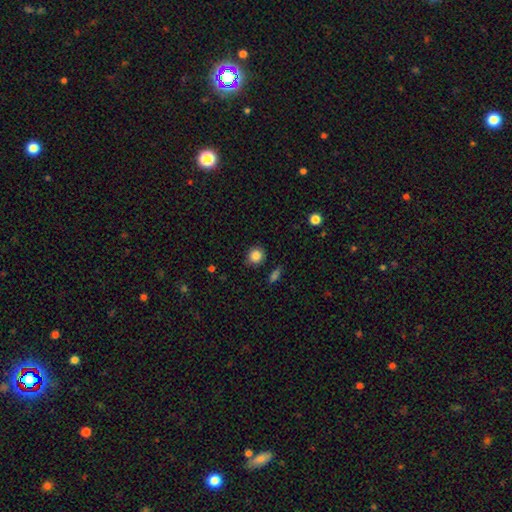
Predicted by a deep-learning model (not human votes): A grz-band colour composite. It shows a smooth galaxy with no disk features (85%) that is round (87%). Merging: none (85%).